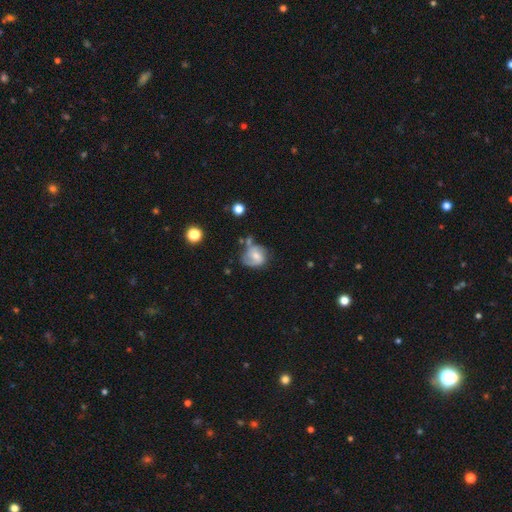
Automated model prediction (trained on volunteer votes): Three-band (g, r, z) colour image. It shows a featured or disk galaxy (50%). Merging: none (46%).